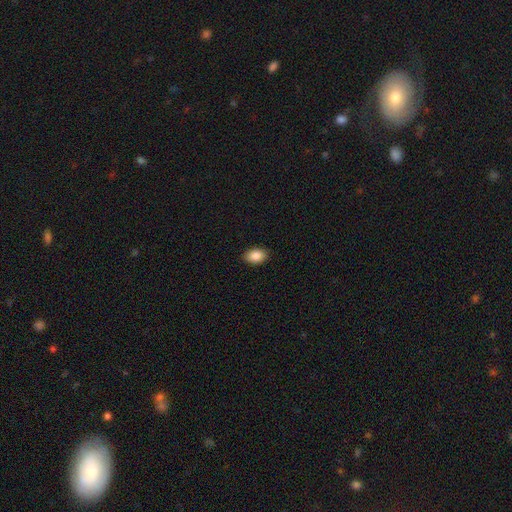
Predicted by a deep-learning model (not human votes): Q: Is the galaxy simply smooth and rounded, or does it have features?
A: smooth — 87%.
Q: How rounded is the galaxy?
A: in between — 87%.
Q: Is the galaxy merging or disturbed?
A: none — 89%.